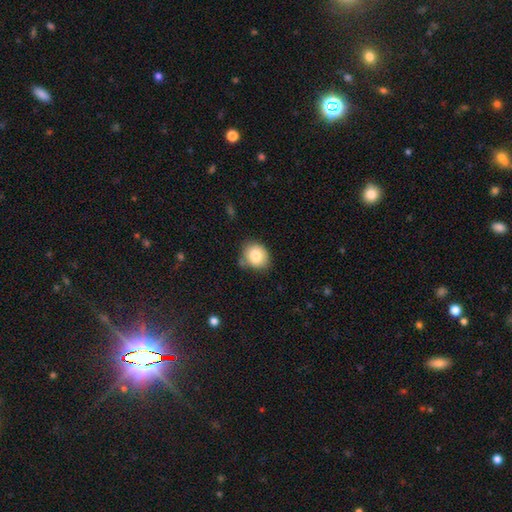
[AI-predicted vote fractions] Smooth or featured? smooth (82%)
How rounded? round (65%)
Merging? none (75%)